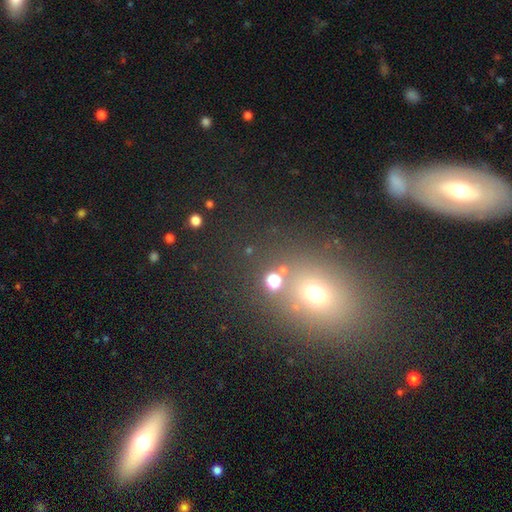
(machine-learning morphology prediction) This is possibly a smooth galaxy (47%). Merging: likely none (69%).